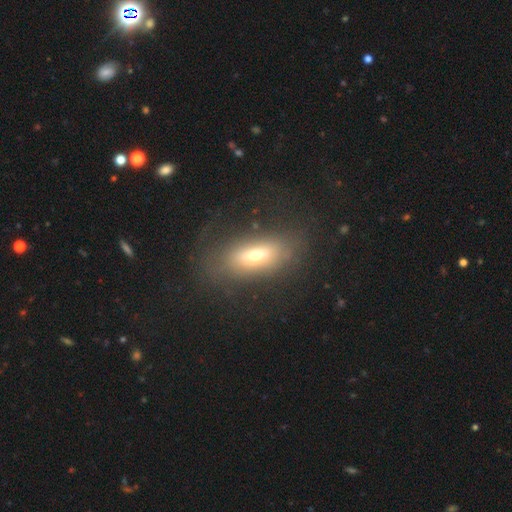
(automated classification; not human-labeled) smooth_or_featured: smooth (p=0.56) [alt: featured or disk p=0.33]
how_rounded: in between (p=0.79) [alt: cigar-shaped p=0.13]
merging: none (p=0.67) [alt: minor disturbance p=0.17]